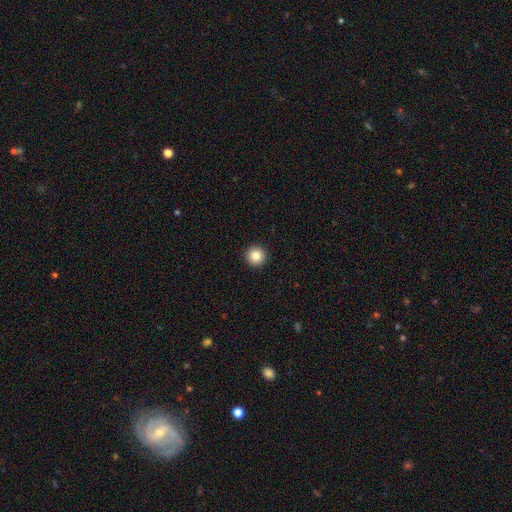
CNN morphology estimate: Smooth or featured? Predicted: smooth (p=0.86). How rounded? Predicted: round (p=0.96). Merging? Predicted: none (p=0.94).